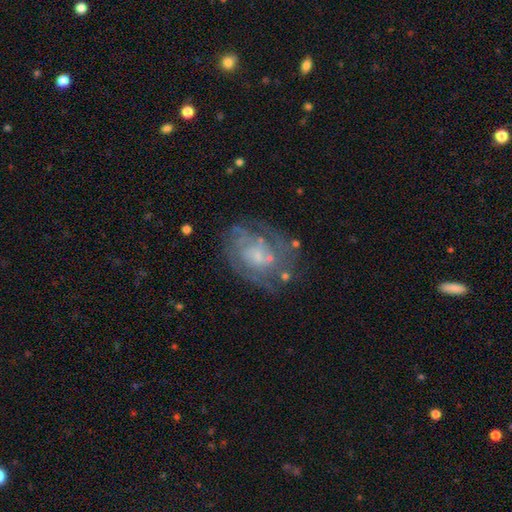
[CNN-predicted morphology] The model was most divided on "bulge size": small: 50%, moderate: 31%, none: 13%, large: 4%, dominant: 2%. More confident: edge-on disk — no (96%); spiral arms — yes (79%); merging — none (72%); bar — no (67%); smooth or featured — featured or disk (62%).